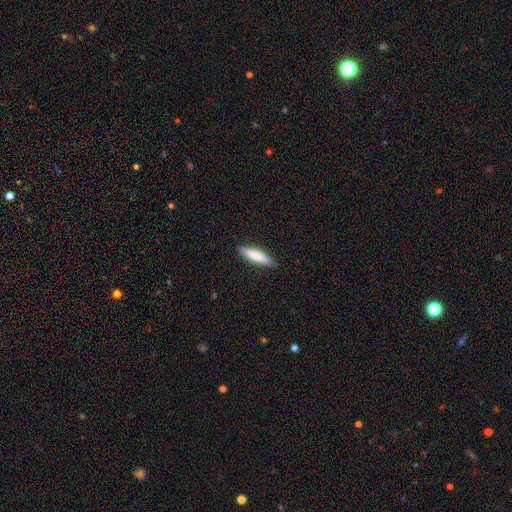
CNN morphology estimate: This appears to be a smooth galaxy with no disk features (77%) that is cigar-shaped (77%). Merging: none (87%).